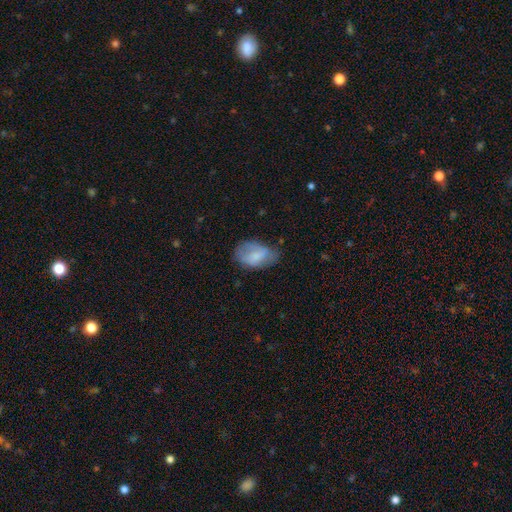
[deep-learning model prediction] This appears to be a smooth galaxy with no disk features (67%) that is in between round and cigar-shaped (89%). Merging: none (48%).